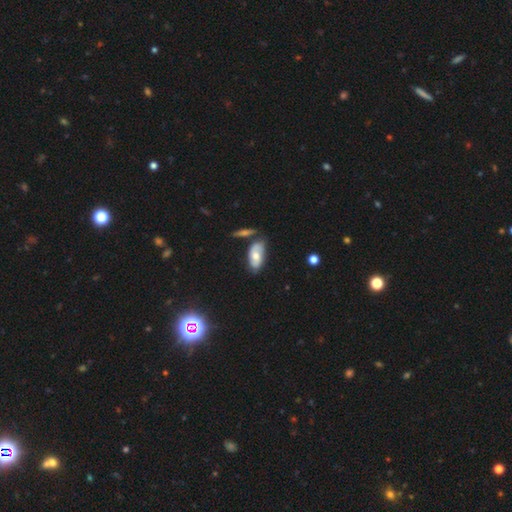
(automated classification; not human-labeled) A smooth galaxy with no disk features (53%) that is in between round and cigar-shaped (90%).

Vote fractions:
- Smooth or featured? smooth: 53% / featured or disk: 39% / star or artifact: 7%
- How rounded? in between: 90% / cigar-shaped: 7% / round: 3%
- Merging? none: 57% / minor disturbance: 22% / merger: 14% / major disturbance: 7%